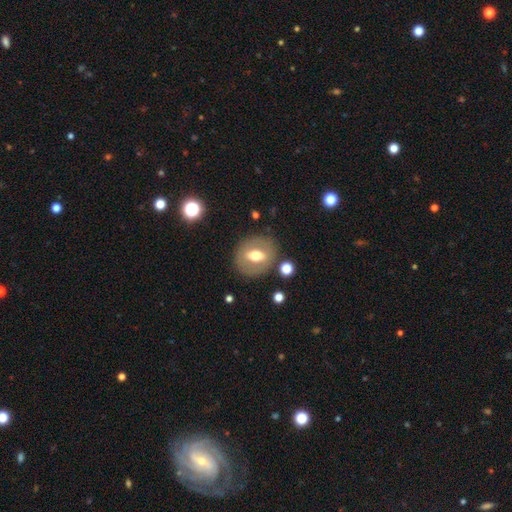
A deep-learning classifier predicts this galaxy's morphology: This is possibly a smooth galaxy (50%). Merging: clearly none (81%).